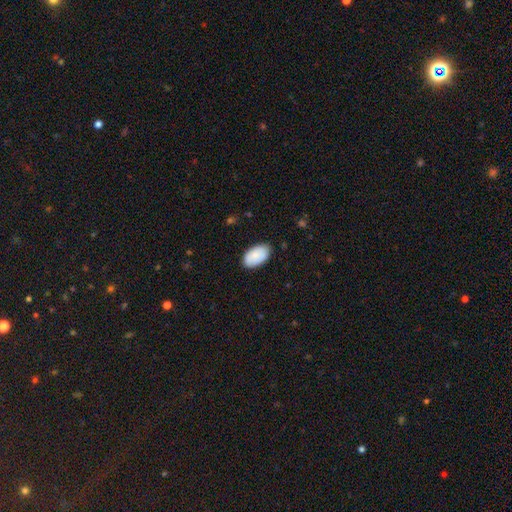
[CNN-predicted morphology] smooth_or_featured: smooth (p=0.87) [alt: featured or disk p=0.07]
how_rounded: in between (p=0.95) [alt: round p=0.03]
merging: none (p=0.83) [alt: minor disturbance p=0.13]